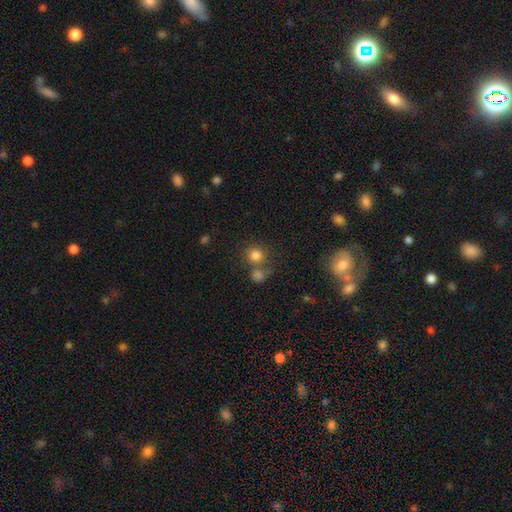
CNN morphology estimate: Smooth or featured: smooth — 80% (star or artifact — 13%)
How rounded: round — 88% (in between — 11%)
Merging: none — 60% (merger — 27%)